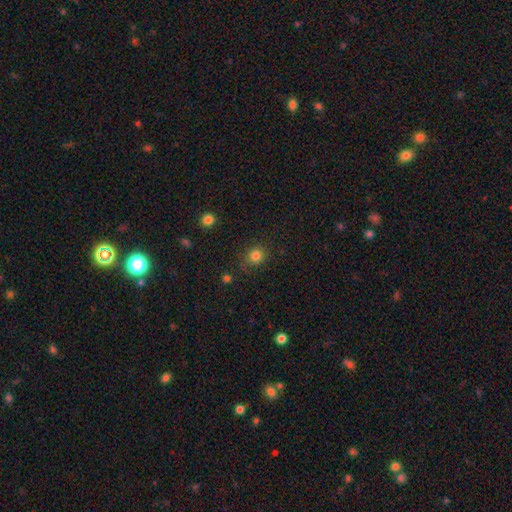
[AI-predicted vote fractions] Smooth or featured: smooth — 82% (star or artifact — 13%)
How rounded: round — 79% (in between — 20%)
Merging: none — 81% (minor disturbance — 13%)